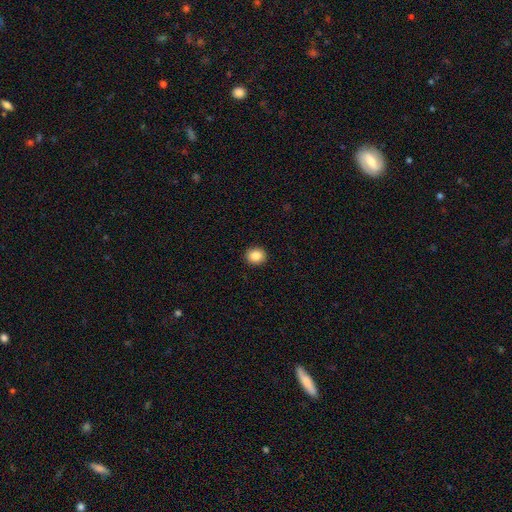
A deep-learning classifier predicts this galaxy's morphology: Q: Smooth or featured?
A: smooth (86%); runner-up: star or artifact (9%)
Q: How rounded?
A: round (79%); runner-up: in between (20%)
Q: Merging?
A: none (92%); runner-up: minor disturbance (6%)